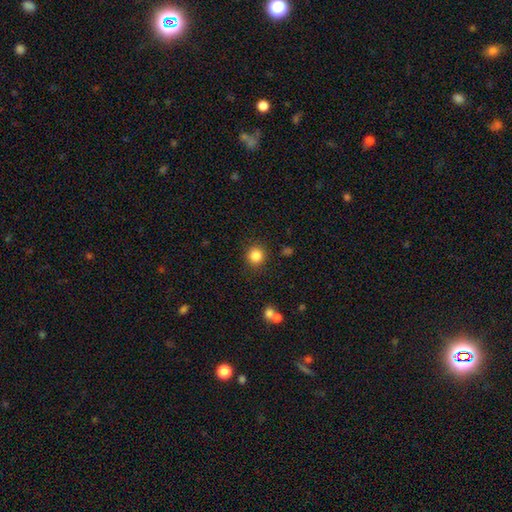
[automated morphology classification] Smooth or featured: smooth — 84% (star or artifact — 11%)
How rounded: round — 91% (in between — 9%)
Merging: none — 88% (minor disturbance — 7%)